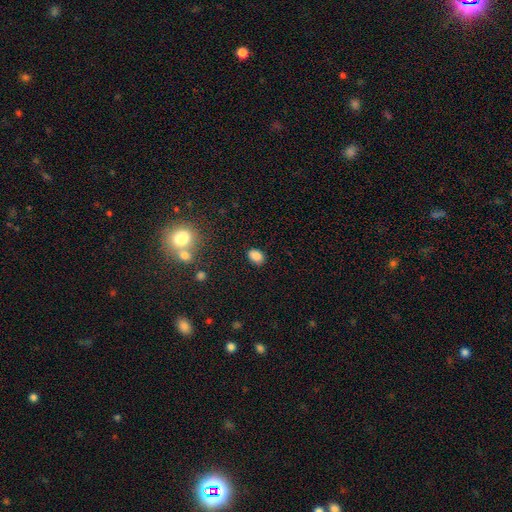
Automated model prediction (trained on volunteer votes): Morphology: type=smooth (84%); roundness=in between (75%); merging=none (83%).